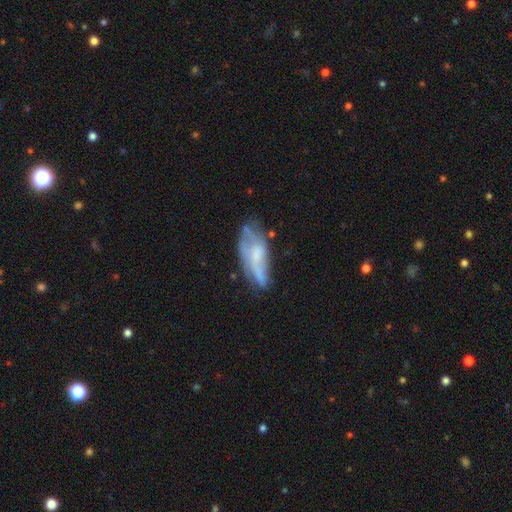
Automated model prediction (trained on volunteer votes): Q: Smooth or featured?
A: featured or disk (54%); runner-up: smooth (37%)
Q: Edge-on disk?
A: no (81%); runner-up: yes (19%)
Q: Merging?
A: none (44%); runner-up: minor disturbance (29%)